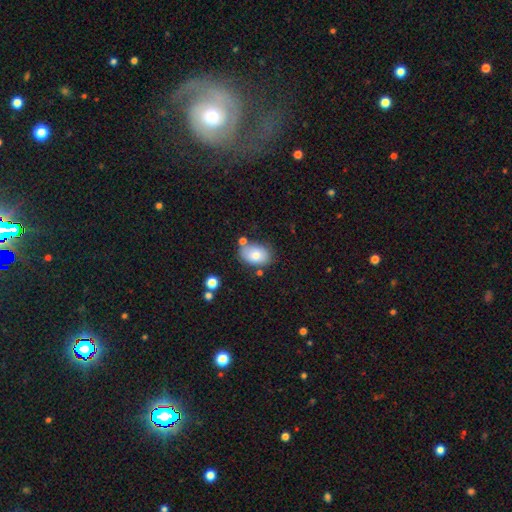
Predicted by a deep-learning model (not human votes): Morphology: type=smooth (77%); roundness=in between (85%); merging=none (71%).